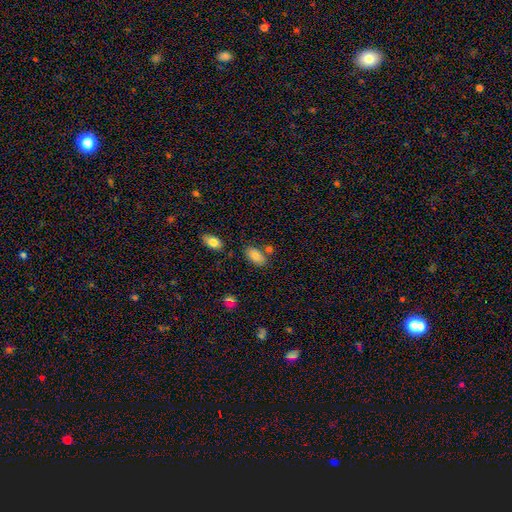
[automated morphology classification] The model was most divided on "merging": none: 70%, minor disturbance: 15%, merger: 11%, major disturbance: 4%. More confident: how rounded — in between (93%); smooth or featured — smooth (82%).